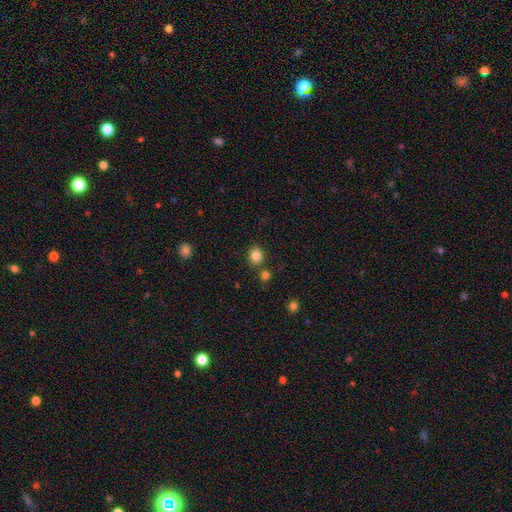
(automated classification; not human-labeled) smooth 84%, star or artifact 12%, featured or disk 5%. Down the decision tree: how rounded — round (82%); merging — none (81%).